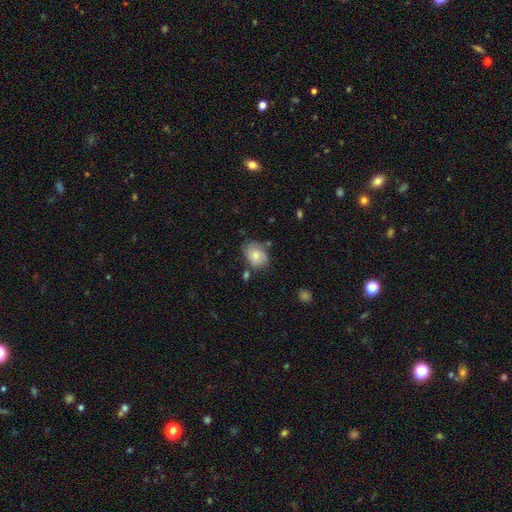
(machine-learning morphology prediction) The model was most divided on "smooth or featured": smooth: 60%, featured or disk: 32%, star or artifact: 8%. More confident: how rounded — in between (63%); merging — none (58%).